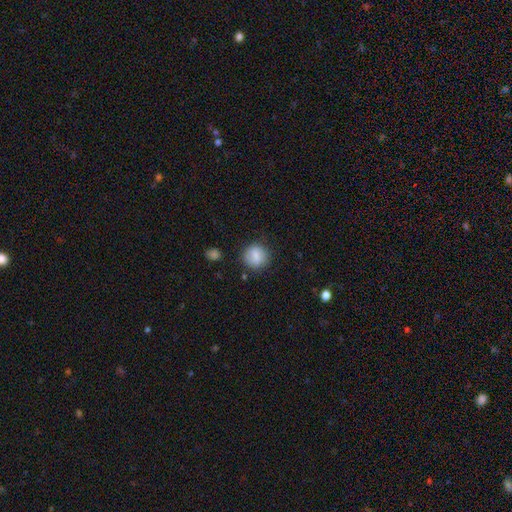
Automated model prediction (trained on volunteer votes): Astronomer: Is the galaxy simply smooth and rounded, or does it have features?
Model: smooth — 78%.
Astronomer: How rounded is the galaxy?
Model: round — 83%.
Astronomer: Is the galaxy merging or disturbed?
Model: none — 81%.